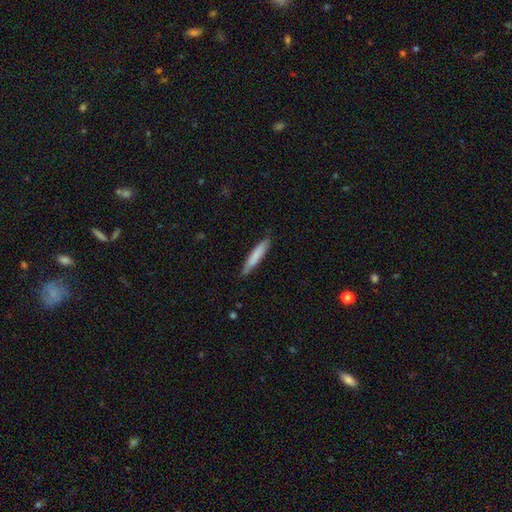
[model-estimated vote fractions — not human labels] This is likely a smooth galaxy (78%). How rounded: clearly cigar-shaped (90%). Merging: clearly none (82%).